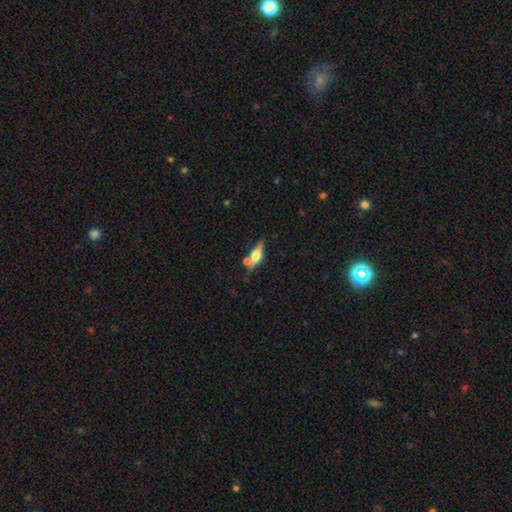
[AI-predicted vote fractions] smooth_or_featured: featured or disk (p=0.58) [alt: smooth p=0.34]
disk_edge_on: yes (p=0.91) [alt: no p=0.09]
edge_on_bulge: rounded (p=0.92) [alt: boxy p=0.06]
merging: none (p=0.65) [alt: merger p=0.16]